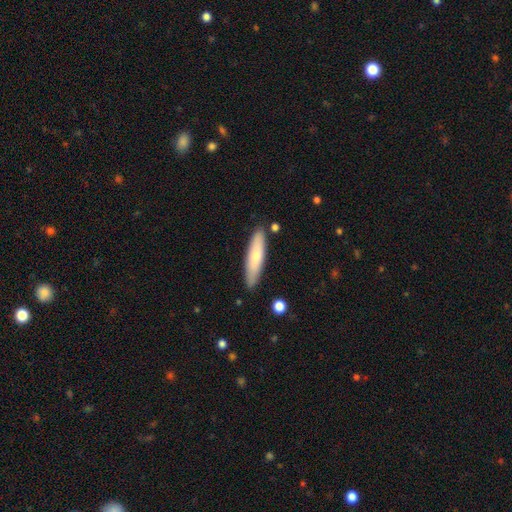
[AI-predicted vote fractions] smooth 72%, featured or disk 22%, star or artifact 5%. Down the decision tree: how rounded — cigar-shaped (77%); merging — none (85%).